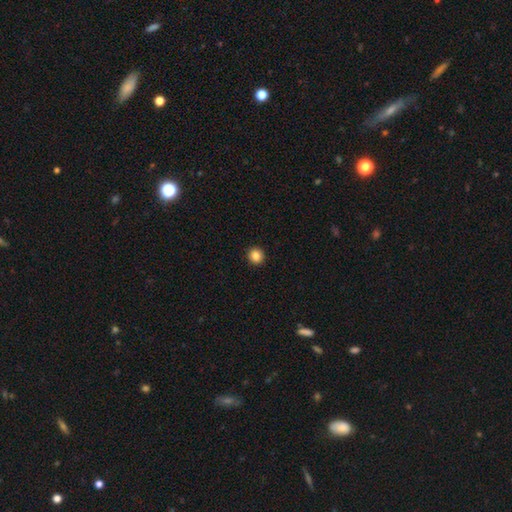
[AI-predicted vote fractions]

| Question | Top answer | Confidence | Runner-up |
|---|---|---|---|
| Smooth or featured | smooth | 86% | star or artifact (10%) |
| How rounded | round | 93% | in between (6%) |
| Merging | none | 94% | minor disturbance (4%) |